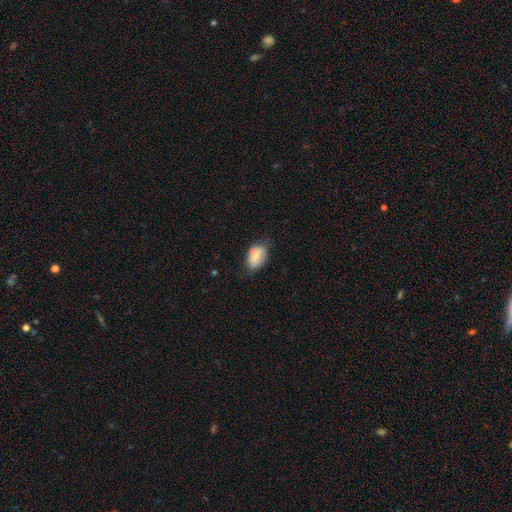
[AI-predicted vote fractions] Smooth or featured? smooth (69%)
How rounded? in between (87%)
Merging? none (61%)